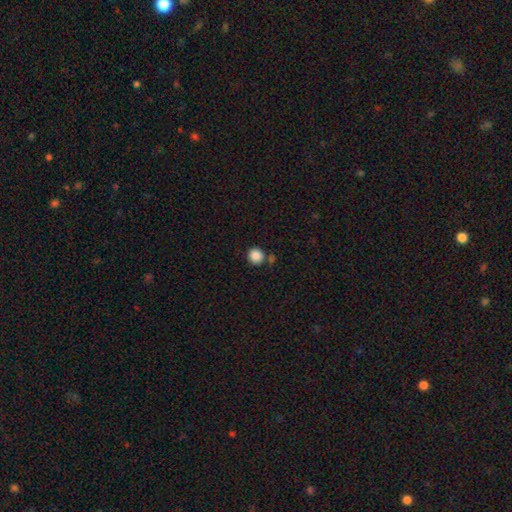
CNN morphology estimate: This appears to be a smooth galaxy with no disk features (87%) that is round (92%). Merging: none (79%).